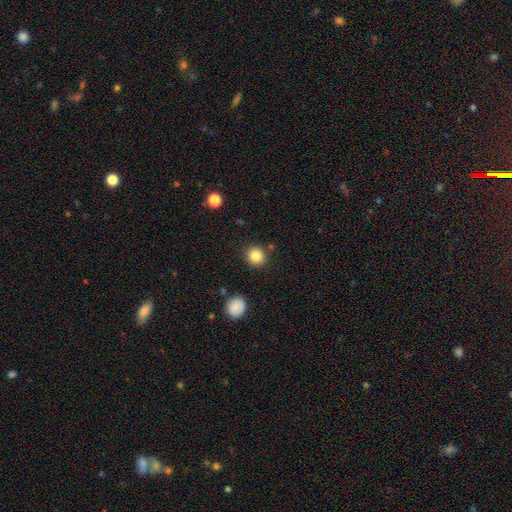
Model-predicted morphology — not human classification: This appears to be a smooth galaxy with no disk features (85%) that is round (90%). Merging: none (88%).